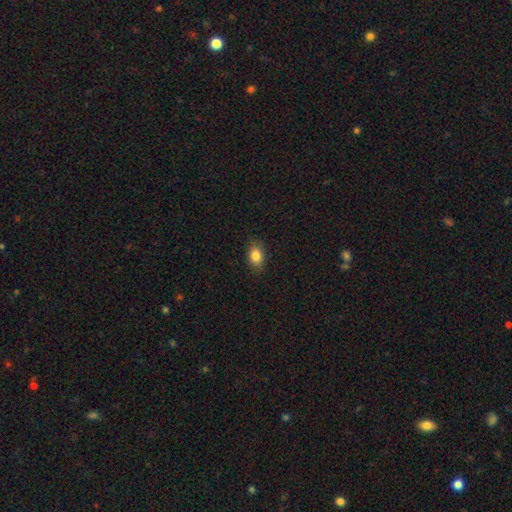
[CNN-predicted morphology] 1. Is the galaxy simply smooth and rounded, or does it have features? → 84% smooth, 9% star or artifact, 7% featured or disk.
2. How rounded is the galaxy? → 82% in between, 16% round, 1% cigar-shaped.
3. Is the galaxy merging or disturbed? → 87% none, 10% minor disturbance, 2% major disturbance, 1% merger.